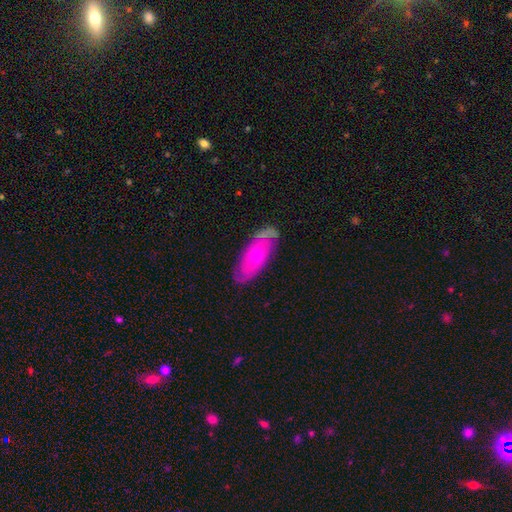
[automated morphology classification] A featured or disk galaxy (56%).

Vote fractions:
- Smooth or featured? featured or disk: 56% / smooth: 38% / star or artifact: 6%
- Edge-on disk? no: 84% / yes: 16%
- Merging? none: 80% / minor disturbance: 15% / major disturbance: 4% / merger: 2%